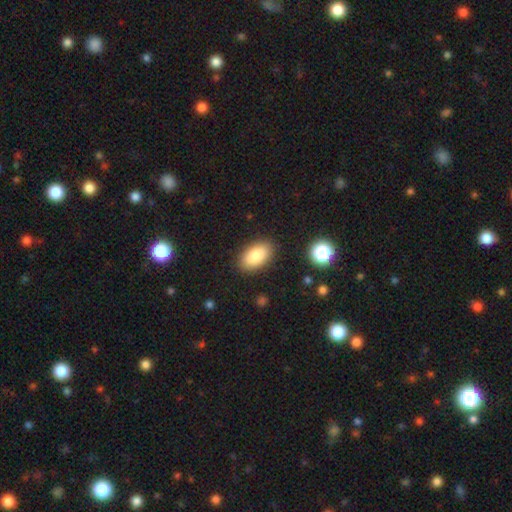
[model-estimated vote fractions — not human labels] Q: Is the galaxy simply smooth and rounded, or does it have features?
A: smooth — 85%.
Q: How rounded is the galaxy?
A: in between — 93%.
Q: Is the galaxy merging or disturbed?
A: none — 87%.